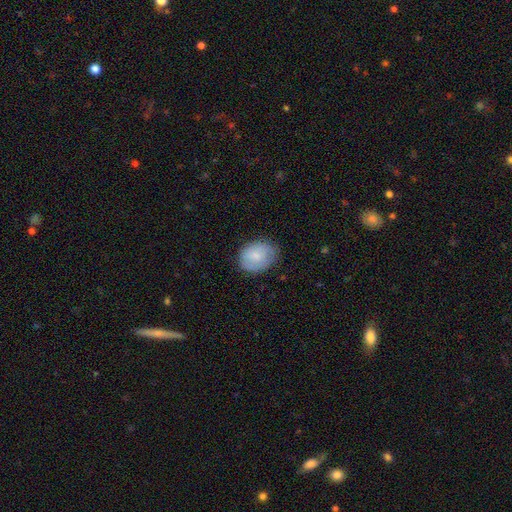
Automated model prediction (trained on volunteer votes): A smooth galaxy with no disk features (73%) that is in between round and cigar-shaped (65%).

Vote fractions:
- Smooth or featured? smooth: 73% / featured or disk: 20% / star or artifact: 6%
- How rounded? in between: 65% / round: 34% / cigar-shaped: 1%
- Merging? none: 72% / minor disturbance: 22% / major disturbance: 5% / merger: 1%